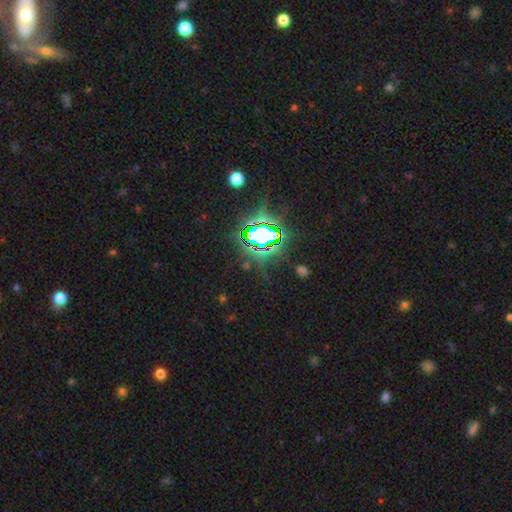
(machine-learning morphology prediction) Smooth or featured? Predicted: star or artifact (p=0.84).